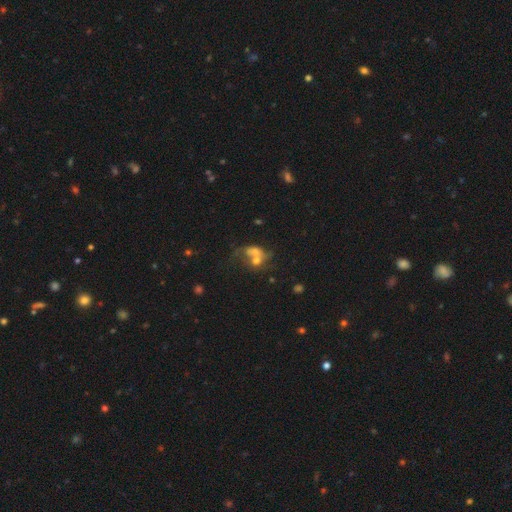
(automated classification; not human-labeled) Overall: smooth (52%; featured or disk 33%). How rounded: in between (58%; round 40%). Merging: merger (61%).